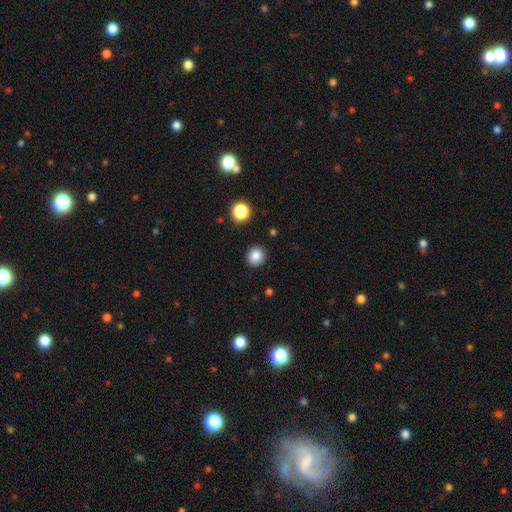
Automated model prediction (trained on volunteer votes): smooth 85%, star or artifact 11%, featured or disk 4%. Down the decision tree: how rounded — round (92%); merging — none (91%).